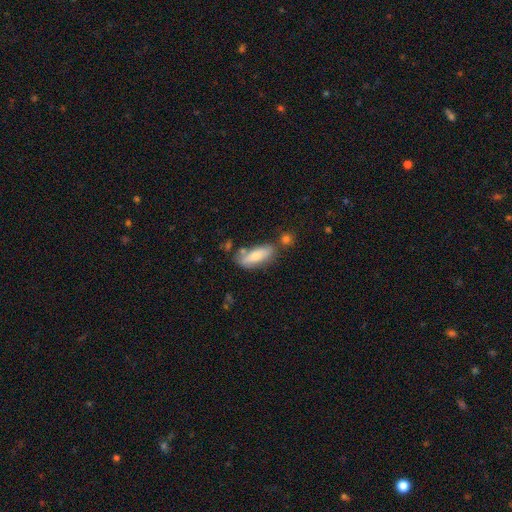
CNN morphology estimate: type=smooth (70%); roundness=in between (67%); merging=none (63%).